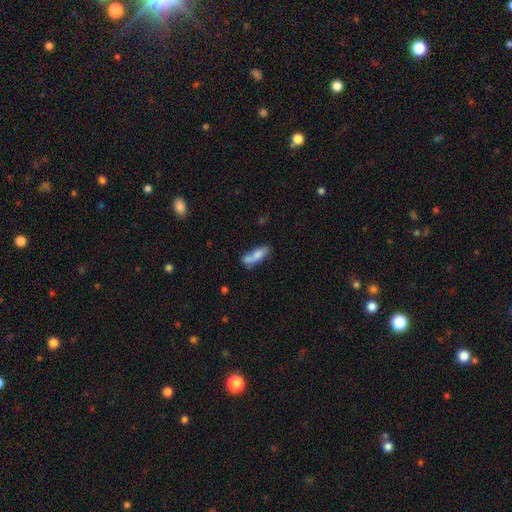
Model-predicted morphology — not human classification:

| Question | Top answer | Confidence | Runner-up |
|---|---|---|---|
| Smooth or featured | smooth | 72% | featured or disk (21%) |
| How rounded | cigar-shaped | 50% | in between (48%) |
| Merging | none | 45% | merger (24%) |